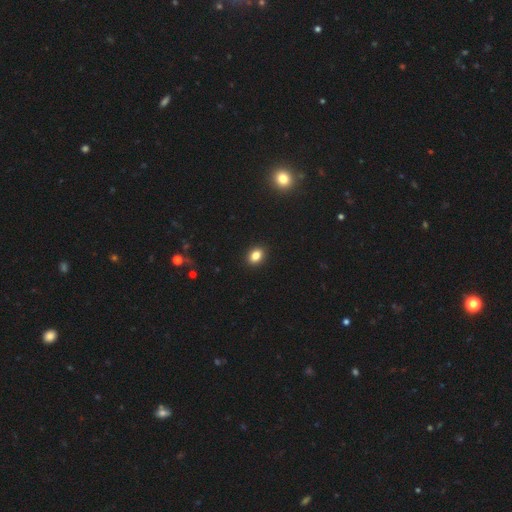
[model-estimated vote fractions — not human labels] Morphology: type=smooth (84%); roundness=in between (62%); merging=none (91%).